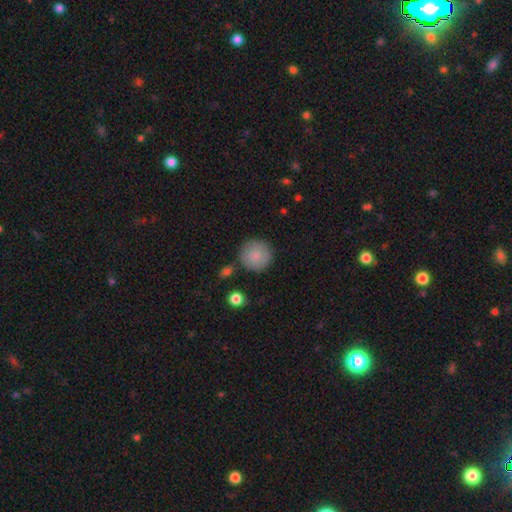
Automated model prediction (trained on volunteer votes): This appears to be a smooth galaxy with no disk features (84%) that is round (94%). Merging: none (80%).